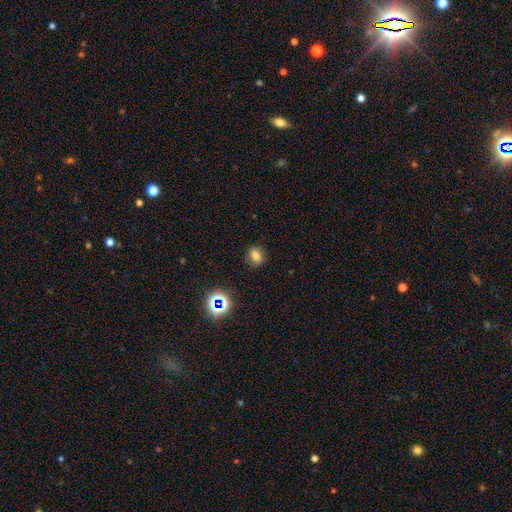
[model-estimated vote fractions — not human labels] This is likely a smooth galaxy (73%). How rounded: possibly in between (57%). Merging: clearly none (84%).